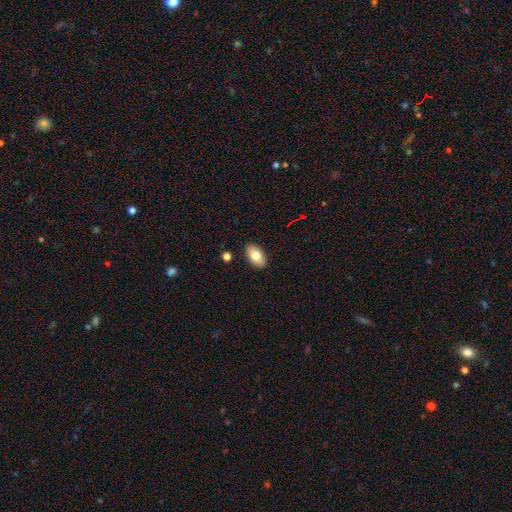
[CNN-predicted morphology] Smooth or featured? smooth (79%)
How rounded? in between (93%)
Merging? none (88%)